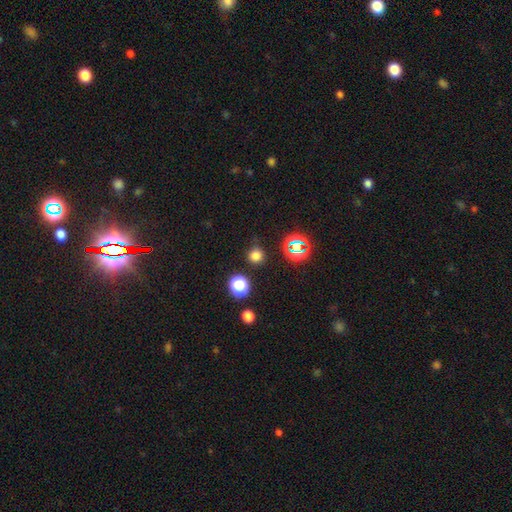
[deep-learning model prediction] A smooth galaxy with no disk features (73%) that is round (93%). Merging: none (85%).